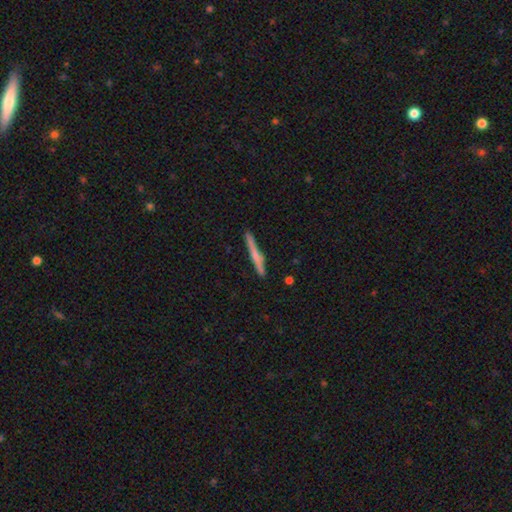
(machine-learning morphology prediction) Smooth or featured? Predicted: smooth (p=0.49). Merging? Predicted: none (p=0.87).